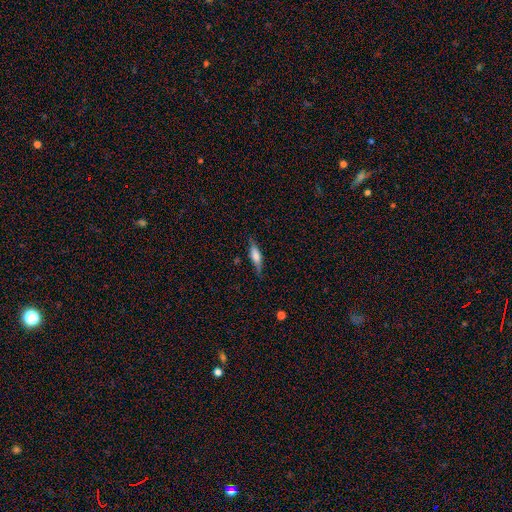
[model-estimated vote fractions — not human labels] Smooth or featured? smooth (50%)
How rounded? cigar-shaped (62%)
Merging? none (80%)